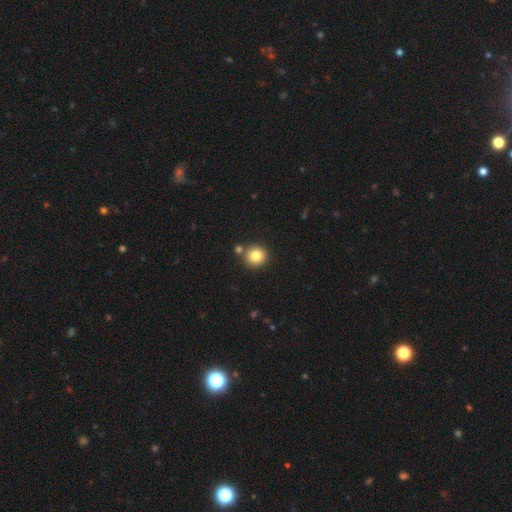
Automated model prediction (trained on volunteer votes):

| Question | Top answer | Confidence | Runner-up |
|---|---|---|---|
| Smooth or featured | smooth | 82% | star or artifact (10%) |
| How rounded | round | 92% | in between (7%) |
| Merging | none | 78% | merger (12%) |